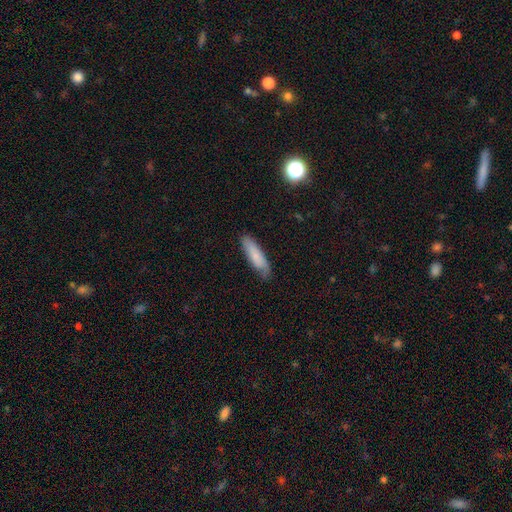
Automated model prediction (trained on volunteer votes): A smooth galaxy with no disk features (77%) that is cigar-shaped (65%).

Vote fractions:
- Smooth or featured? smooth: 77% / featured or disk: 16% / star or artifact: 6%
- How rounded? cigar-shaped: 65% / in between: 33% / round: 2%
- Merging? none: 76% / minor disturbance: 20% / major disturbance: 3% / merger: 1%